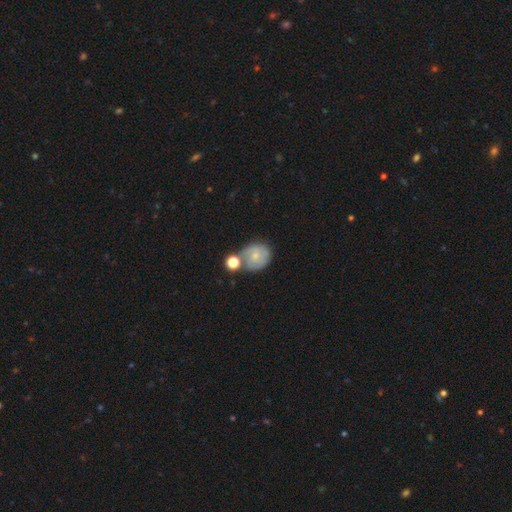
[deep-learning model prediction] smooth-or-featured: smooth: 52% | featured or disk: 39% | star or artifact: 9%
  how-rounded: round: 64% | in between: 34% | cigar-shaped: 1%
  merging: none: 44% | merger: 27% | minor disturbance: 21% | major disturbance: 8%